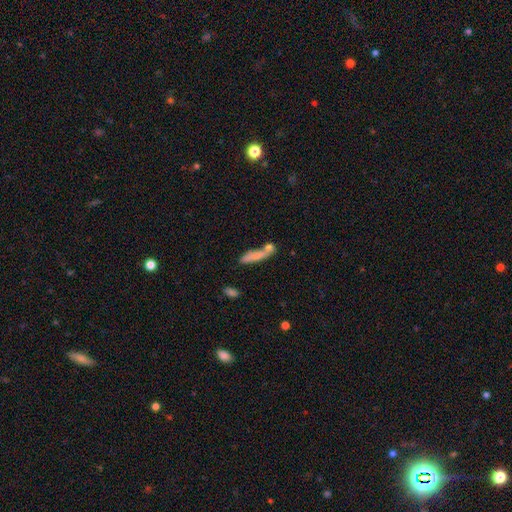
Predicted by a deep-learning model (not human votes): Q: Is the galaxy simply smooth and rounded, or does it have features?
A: smooth — 70%.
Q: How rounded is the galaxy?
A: cigar-shaped — 72%.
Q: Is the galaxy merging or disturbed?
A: none — 45%.